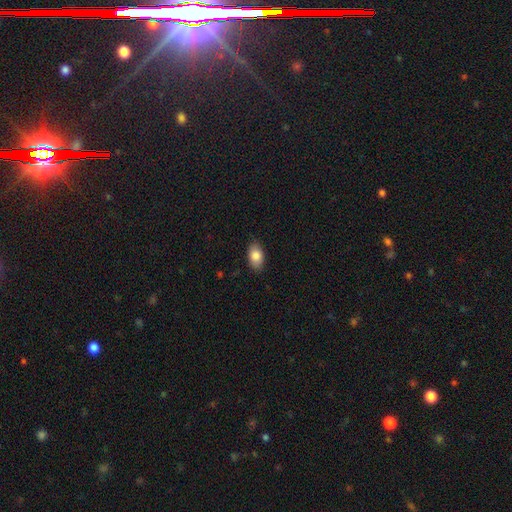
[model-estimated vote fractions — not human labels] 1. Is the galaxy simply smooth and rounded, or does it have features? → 84% smooth, 9% featured or disk, 7% star or artifact.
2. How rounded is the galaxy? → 89% in between, 9% round, 2% cigar-shaped.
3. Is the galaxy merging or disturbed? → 84% none, 12% minor disturbance, 2% major disturbance, 1% merger.